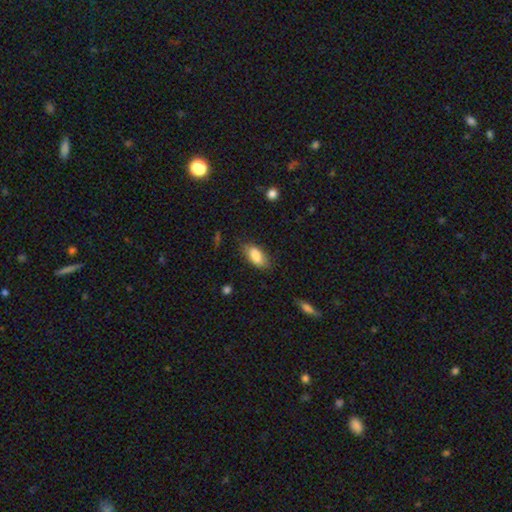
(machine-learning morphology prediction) Overall: smooth (85%). How rounded: in between (89%). Merging: none (72%).